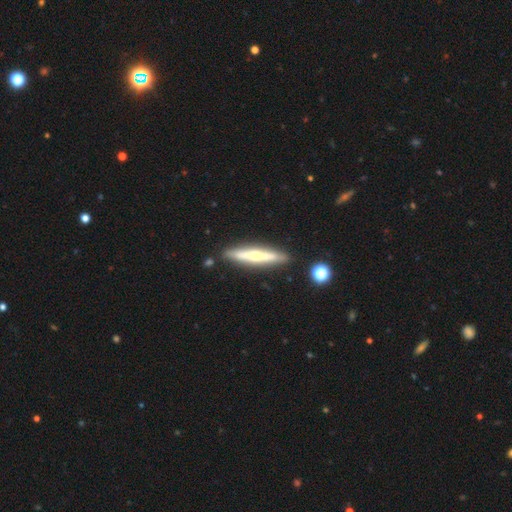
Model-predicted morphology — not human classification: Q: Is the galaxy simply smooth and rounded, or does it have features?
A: featured or disk — 56%.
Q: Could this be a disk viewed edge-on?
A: yes — 94%.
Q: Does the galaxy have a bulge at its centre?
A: rounded — 68%.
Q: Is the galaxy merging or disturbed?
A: none — 87%.